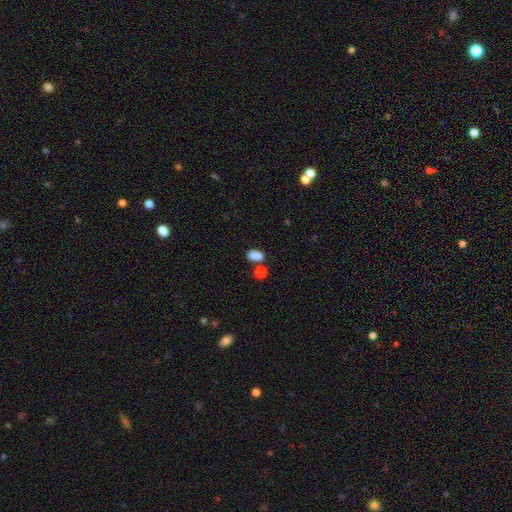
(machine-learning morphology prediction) Smooth or featured? smooth (84%)
How rounded? in between (84%)
Merging? none (62%)